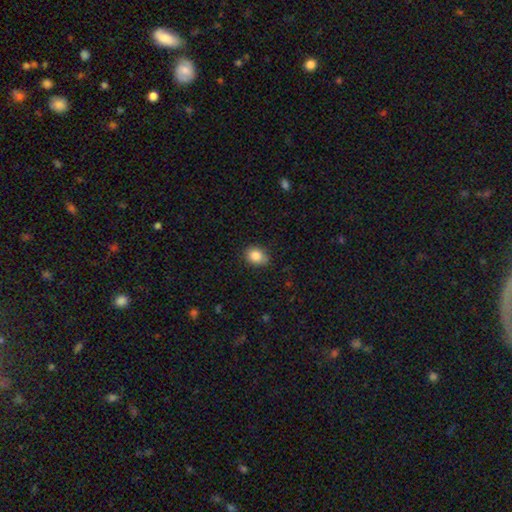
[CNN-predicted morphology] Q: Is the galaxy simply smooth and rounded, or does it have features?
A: smooth — 85%.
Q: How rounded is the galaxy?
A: in between — 54%.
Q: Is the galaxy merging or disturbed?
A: none — 79%.